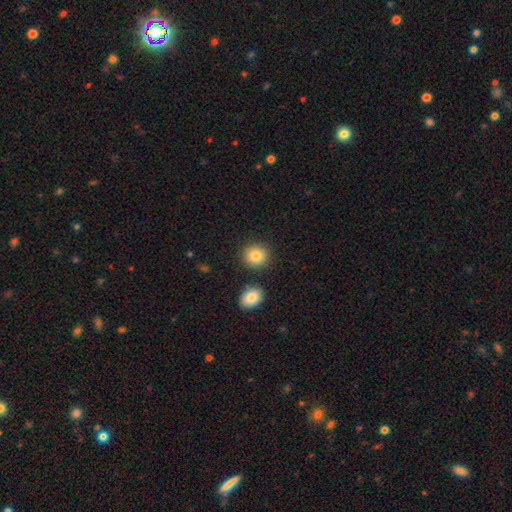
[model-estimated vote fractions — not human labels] smooth_or_featured: smooth (p=0.83) [alt: star or artifact p=0.09]
how_rounded: round (p=0.84) [alt: in between p=0.15]
merging: none (p=0.85) [alt: minor disturbance p=0.07]